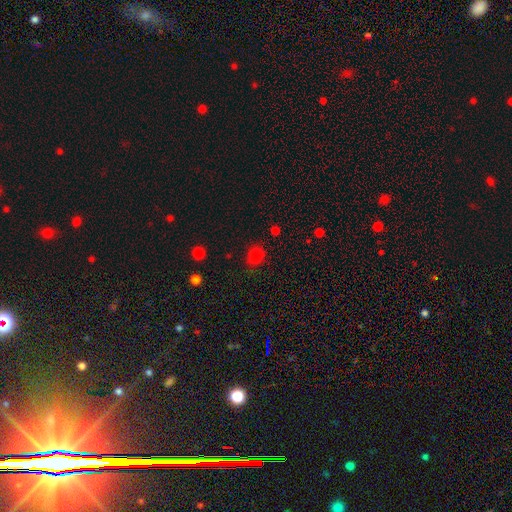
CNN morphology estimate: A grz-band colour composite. It shows a smooth galaxy with no disk features (79%) that is round (74%). Merging: none (79%).